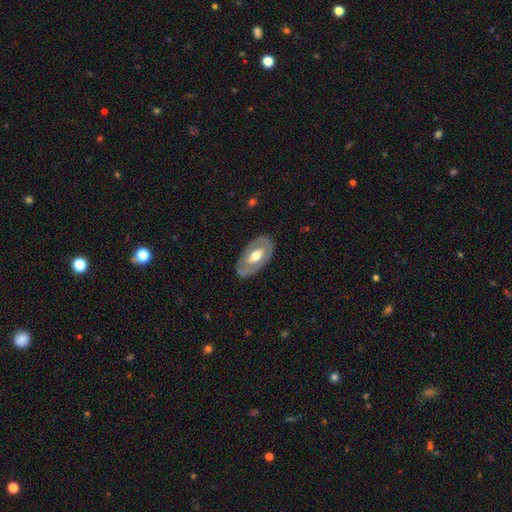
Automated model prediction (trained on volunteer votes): Smooth or featured?
  - featured or disk: 61% *
  - smooth: 35%
  - star or artifact: 5%
Edge-on disk?
  - no: 88% *
  - yes: 12%
Bar?
  - no: 56% *
  - weak: 28%
  - strong: 15%
Spiral arms?
  - no: 75% *
  - yes: 25%
Bulge size?
  - moderate: 69% *
  - large: 19%
  - small: 9%
  - dominant: 1%
  - none: 1%
Merging?
  - none: 82% *
  - minor disturbance: 13%
  - major disturbance: 4%
  - merger: 1%